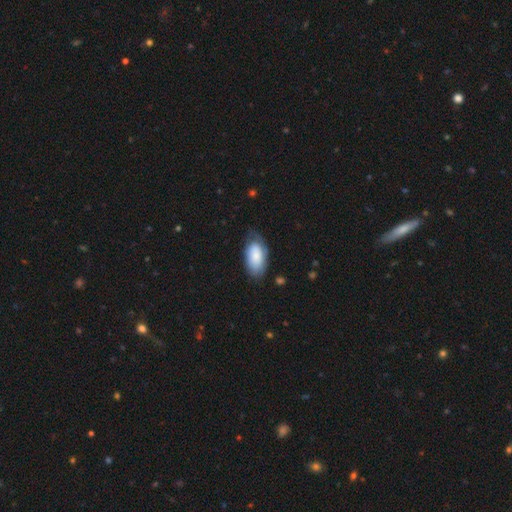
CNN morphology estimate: Overall: smooth (77%). How rounded: in between (95%). Merging: none (61%; minor disturbance 29%).